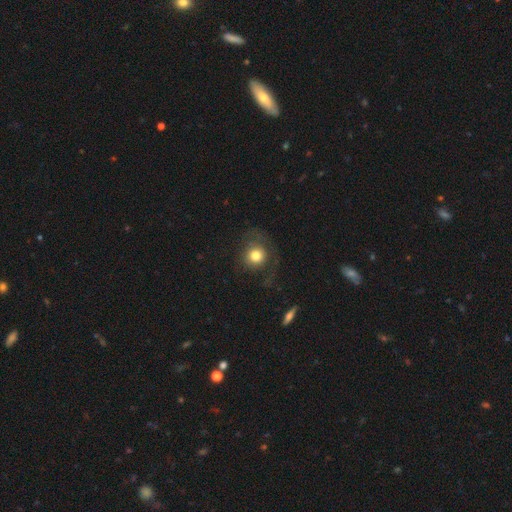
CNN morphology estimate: Smooth or featured: smooth — 74% (featured or disk — 16%)
How rounded: round — 88% (in between — 11%)
Merging: none — 62% (major disturbance — 20%)